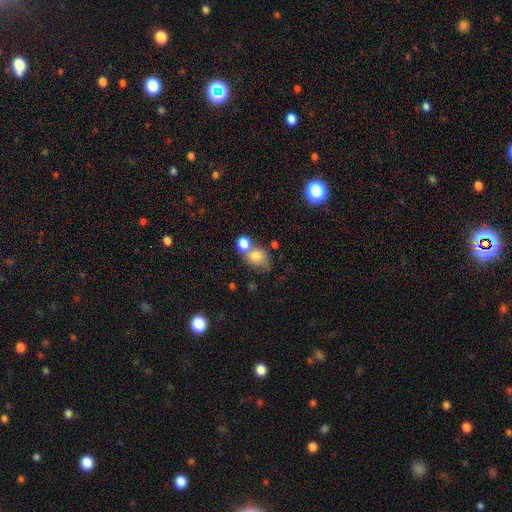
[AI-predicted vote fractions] Smooth or featured: smooth — 76% (featured or disk — 13%)
How rounded: round — 55% (in between — 44%)
Merging: merger — 43% (none — 38%)